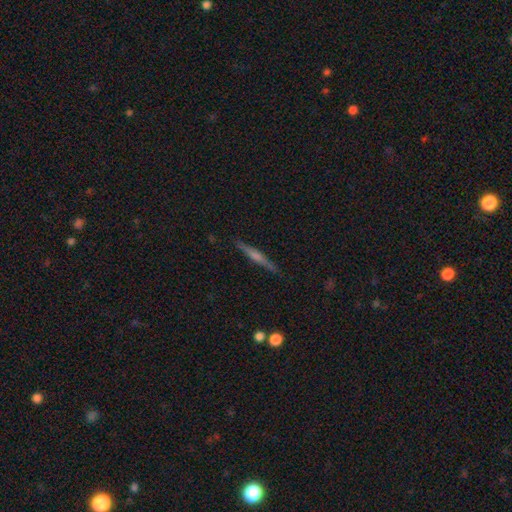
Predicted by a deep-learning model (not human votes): This is likely a featured or disk galaxy (65%). It is clearly viewed edge-on (98%). Edge-on bulge: likely rounded (61%). Merging: clearly none (90%).